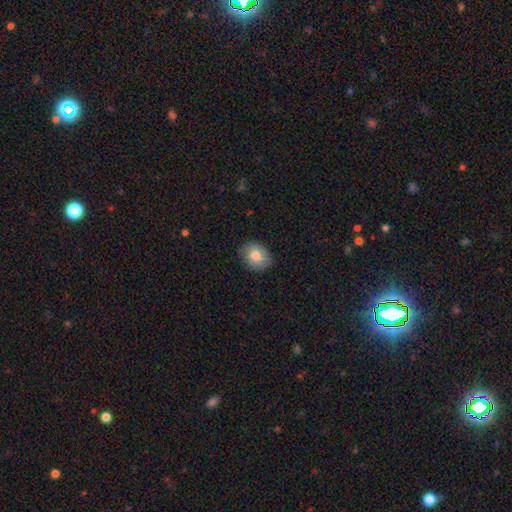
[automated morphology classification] A smooth galaxy with no disk features (80%) that is round (54%).

Vote fractions:
- Smooth or featured? smooth: 80% / featured or disk: 12% / star or artifact: 8%
- How rounded? round: 54% / in between: 45% / cigar-shaped: 1%
- Merging? none: 84% / minor disturbance: 12% / major disturbance: 2% / merger: 1%